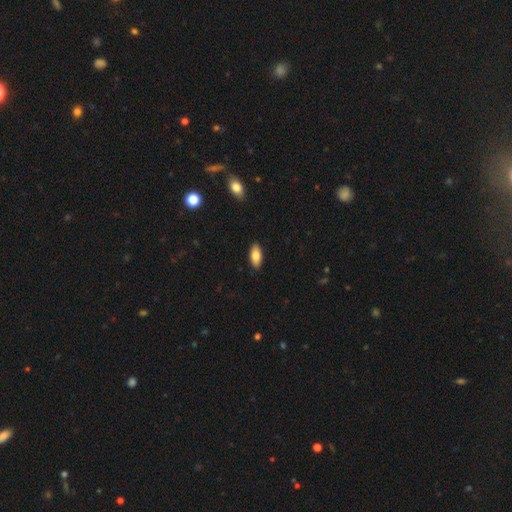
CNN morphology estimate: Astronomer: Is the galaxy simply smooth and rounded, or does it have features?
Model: smooth — 81%.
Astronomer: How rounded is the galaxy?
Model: in between — 87%.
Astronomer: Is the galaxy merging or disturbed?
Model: none — 89%.